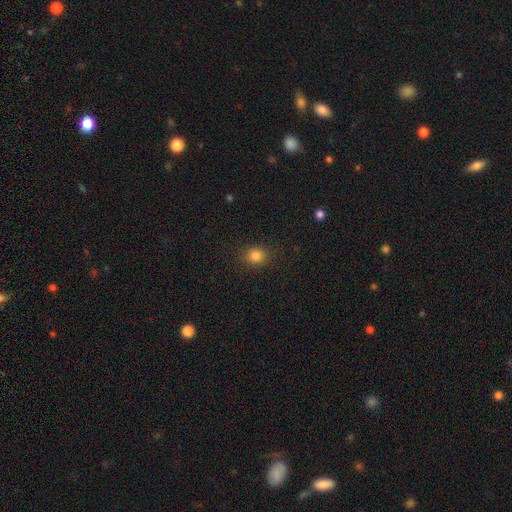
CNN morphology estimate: The model was most divided on "how rounded": round: 70%, in between: 29%, cigar-shaped: 1%. More confident: merging — none (88%); smooth or featured — smooth (83%).